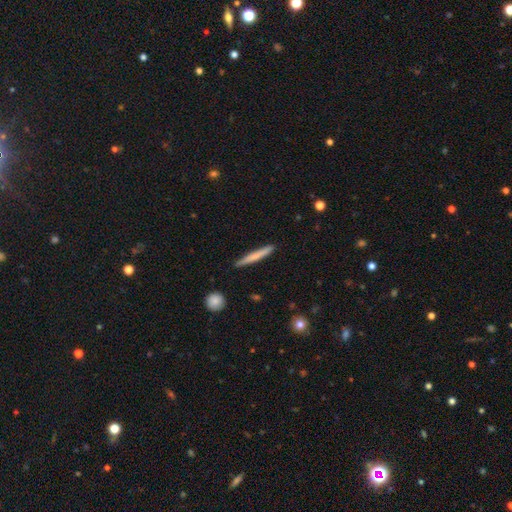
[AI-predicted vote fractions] Smooth or featured: smooth — 64% (featured or disk — 30%)
How rounded: cigar-shaped — 96% (in between — 2%)
Merging: none — 90% (minor disturbance — 7%)